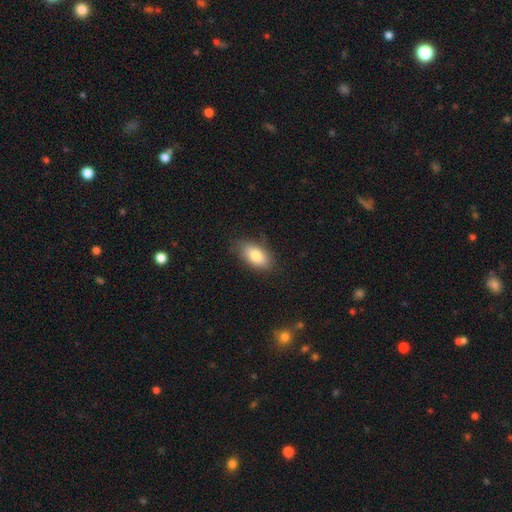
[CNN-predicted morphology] A smooth galaxy with no disk features (81%) that is in between round and cigar-shaped (91%).

Vote fractions:
- Smooth or featured? smooth: 81% / featured or disk: 12% / star or artifact: 7%
- How rounded? in between: 91% / round: 5% / cigar-shaped: 4%
- Merging? none: 79% / minor disturbance: 16% / major disturbance: 4% / merger: 1%